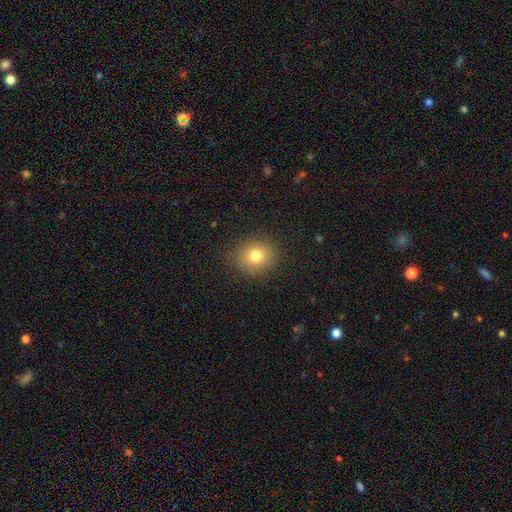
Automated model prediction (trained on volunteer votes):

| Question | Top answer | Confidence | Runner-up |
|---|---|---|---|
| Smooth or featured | smooth | 79% | star or artifact (12%) |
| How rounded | round | 73% | in between (26%) |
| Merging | none | 87% | minor disturbance (9%) |